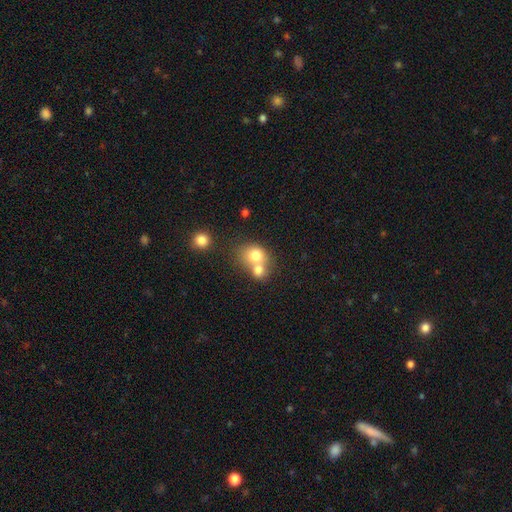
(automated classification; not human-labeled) smooth_or_featured: smooth (p=0.74) [alt: featured or disk p=0.15]
how_rounded: round (p=0.66) [alt: in between p=0.33]
merging: merger (p=0.65) [alt: none p=0.25]